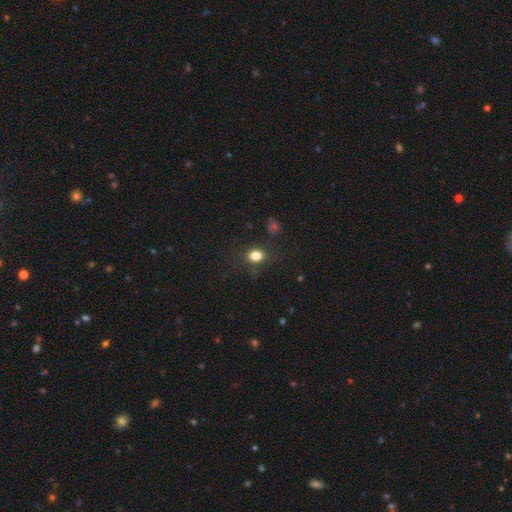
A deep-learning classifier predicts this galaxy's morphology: type=smooth (80%); roundness=in between (51%); merging=none (80%).